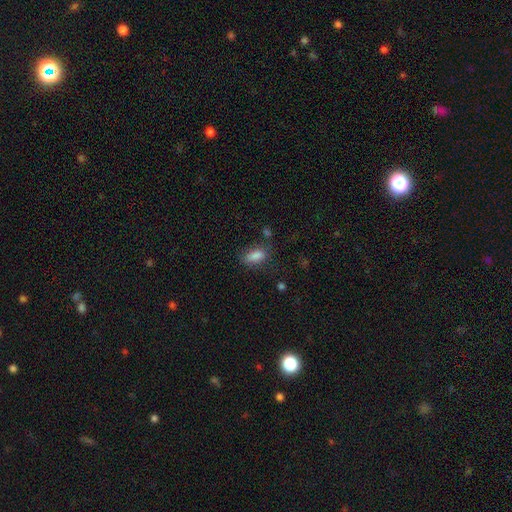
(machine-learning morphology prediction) Smooth or featured? smooth (85%)
How rounded? in between (88%)
Merging? none (66%)